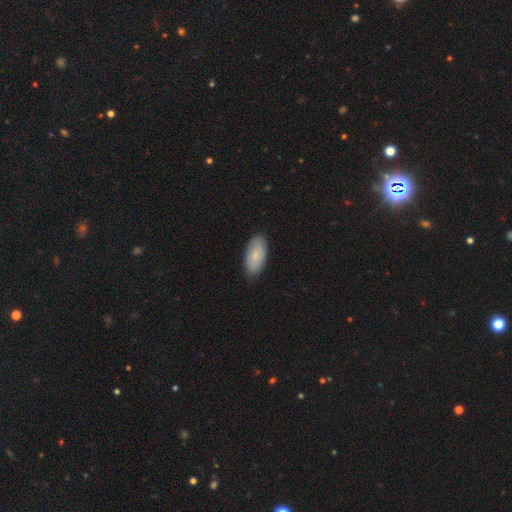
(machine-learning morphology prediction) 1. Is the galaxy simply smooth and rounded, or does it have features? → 82% smooth, 12% featured or disk, 6% star or artifact.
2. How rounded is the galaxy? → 92% in between, 6% cigar-shaped, 2% round.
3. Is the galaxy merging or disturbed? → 86% none, 11% minor disturbance, 2% major disturbance, 1% merger.